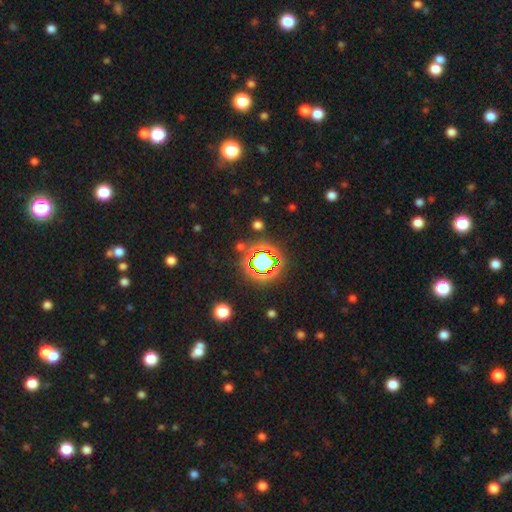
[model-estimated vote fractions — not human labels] Morphology: type=star or artifact (66%).